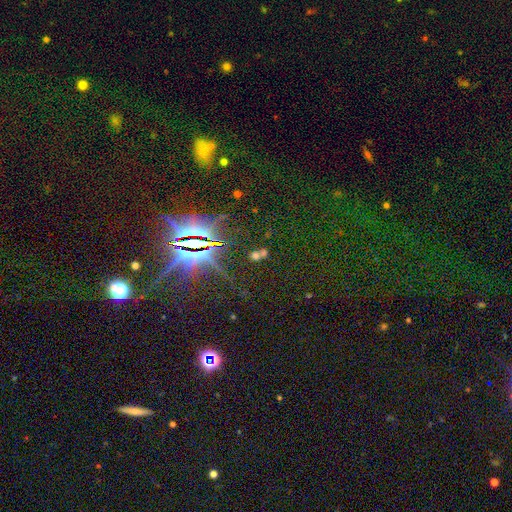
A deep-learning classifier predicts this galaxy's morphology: smooth-or-featured: star or artifact: 50% | smooth: 38% | featured or disk: 12%